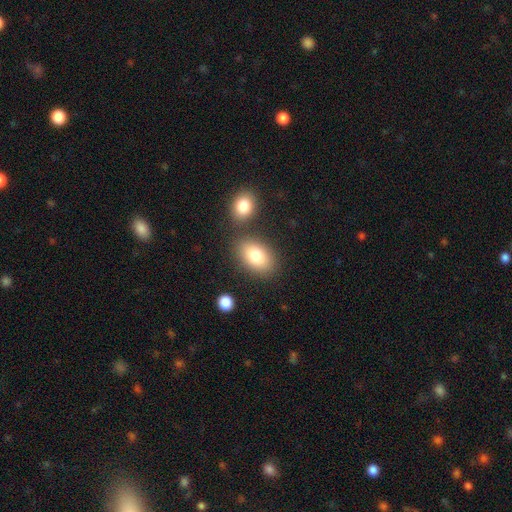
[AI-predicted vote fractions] smooth 80%, featured or disk 11%, star or artifact 9%. Down the decision tree: how rounded — in between (85%); merging — none (73%).